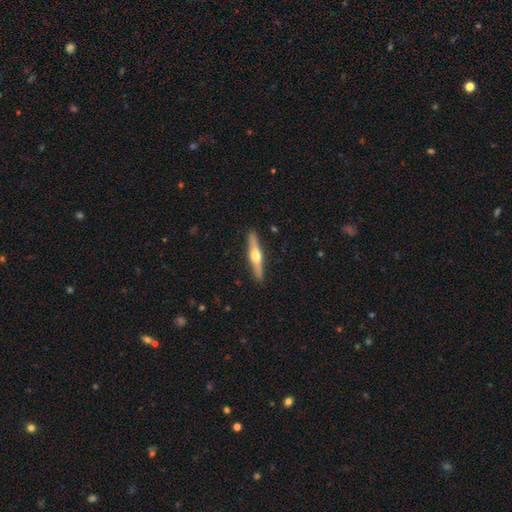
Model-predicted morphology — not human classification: featured or disk 67%, smooth 28%, star or artifact 5%. Down the decision tree: edge-on disk — yes (97%); edge-on bulge — rounded (95%); merging — none (91%).